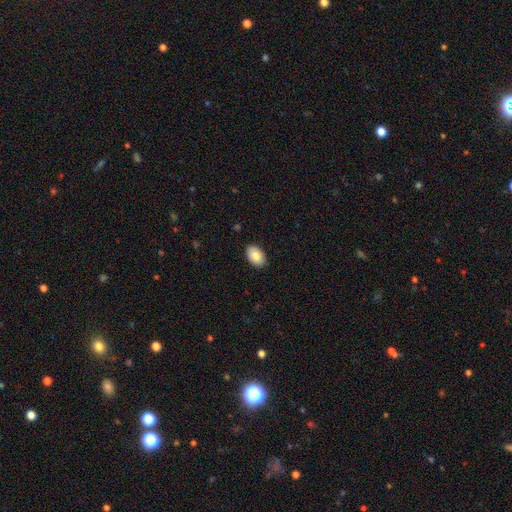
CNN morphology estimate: The model was most divided on "smooth or featured": smooth: 81%, featured or disk: 13%, star or artifact: 7%. More confident: how rounded — in between (90%); merging — none (89%).